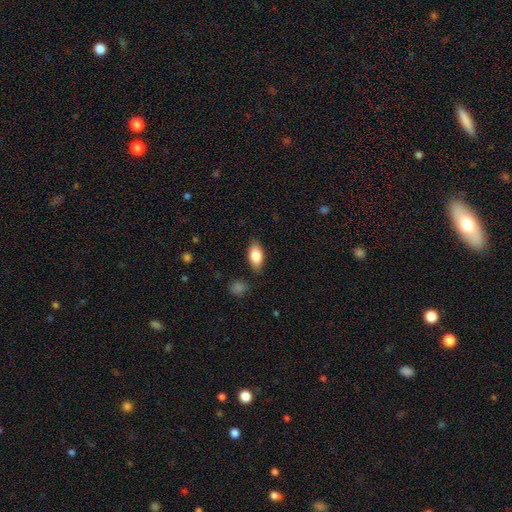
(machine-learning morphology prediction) smooth 82%, featured or disk 11%, star or artifact 7%. Down the decision tree: how rounded — in between (89%); merging — none (84%).